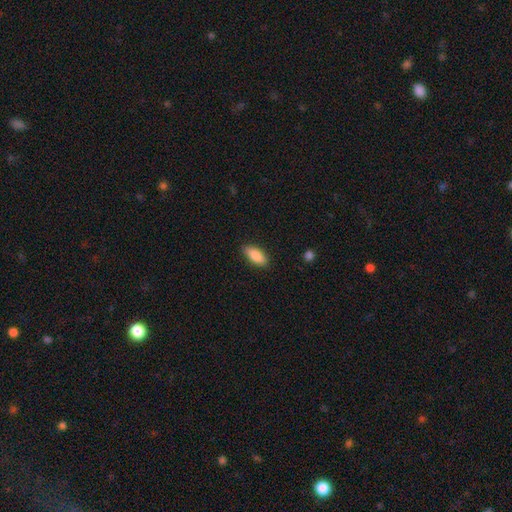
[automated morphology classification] A smooth galaxy with no disk features (88%) that is in between round and cigar-shaped (82%). Merging: none (87%).